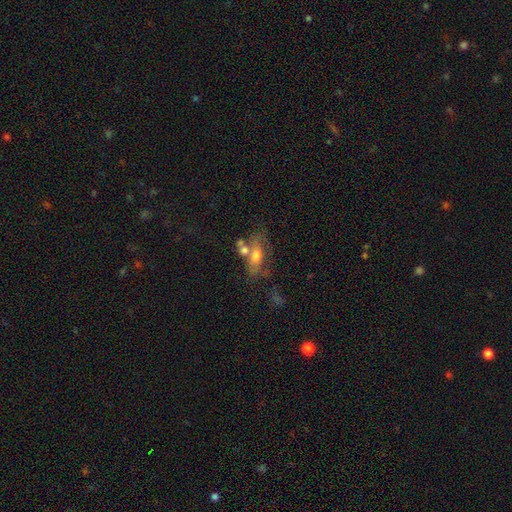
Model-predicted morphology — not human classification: A smooth galaxy with no disk features (51%) that is in between round and cigar-shaped (74%). Merging: none (36%).